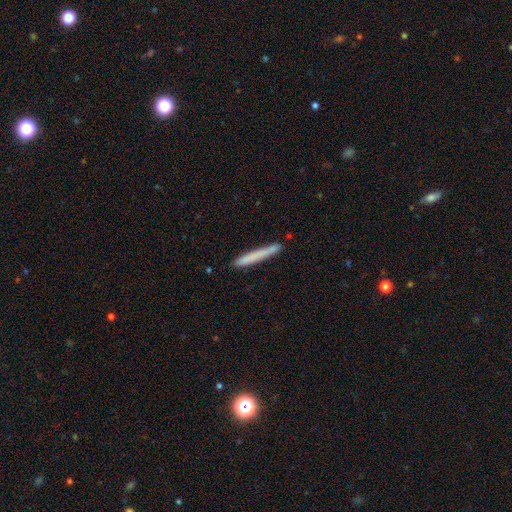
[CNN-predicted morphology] smooth 71%, featured or disk 23%, star or artifact 6%. Down the decision tree: how rounded — cigar-shaped (97%); merging — none (88%).